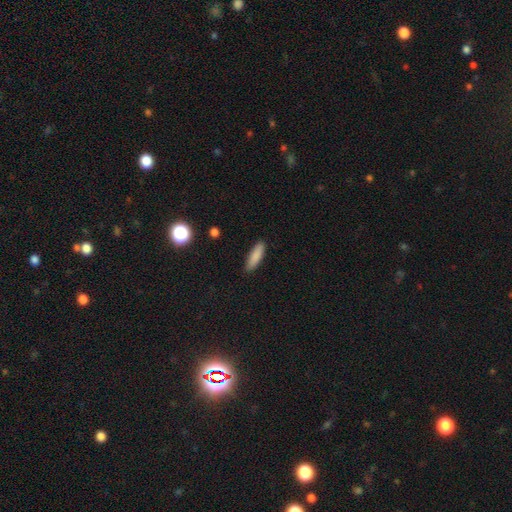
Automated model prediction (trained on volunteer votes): Smooth or featured? Predicted: smooth (p=0.86). How rounded? Predicted: cigar-shaped (p=0.60). Merging? Predicted: none (p=0.87).